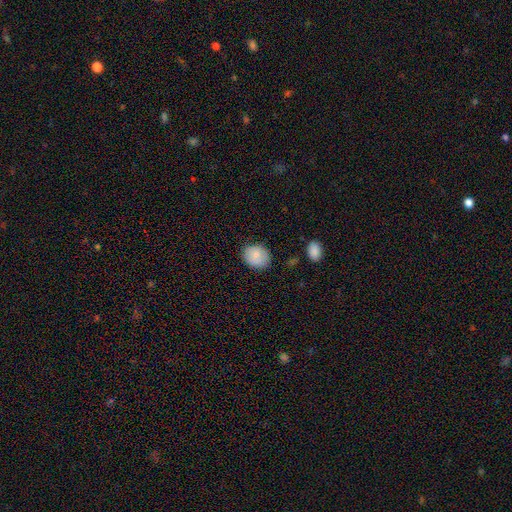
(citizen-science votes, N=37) smooth 97%, featured or disk 3%, star or artifact 0%. Down the decision tree: how rounded — round (53%); merging — none (78%).